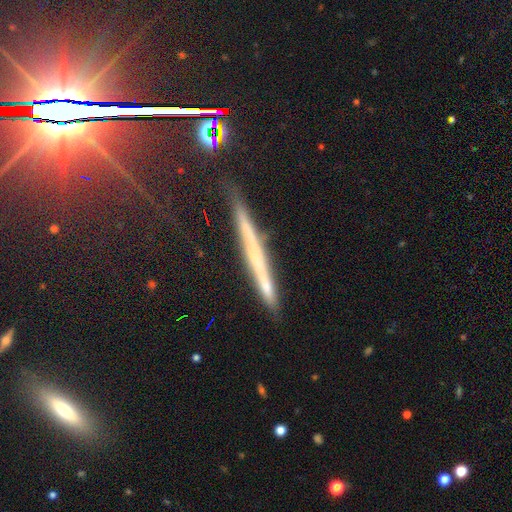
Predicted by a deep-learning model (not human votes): Q: Smooth or featured?
A: featured or disk (52%); runner-up: smooth (36%)
Q: Edge-on disk?
A: yes (97%); runner-up: no (3%)
Q: Merging?
A: none (87%); runner-up: minor disturbance (10%)